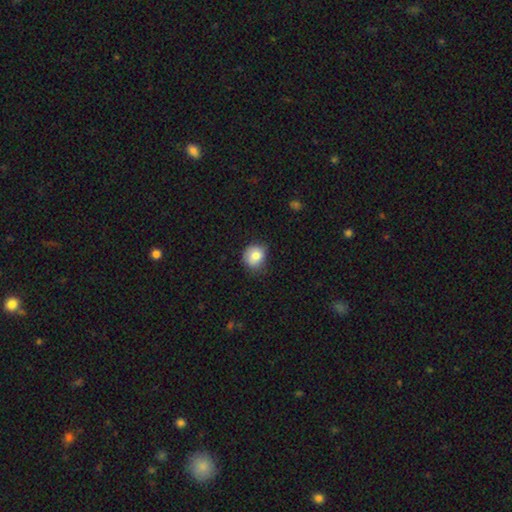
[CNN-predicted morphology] A smooth galaxy with no disk features (81%) that is round (74%).

Vote fractions:
- Smooth or featured? smooth: 81% / featured or disk: 10% / star or artifact: 9%
- How rounded? round: 74% / in between: 25% / cigar-shaped: 1%
- Merging? none: 66% / minor disturbance: 27% / major disturbance: 6% / merger: 1%